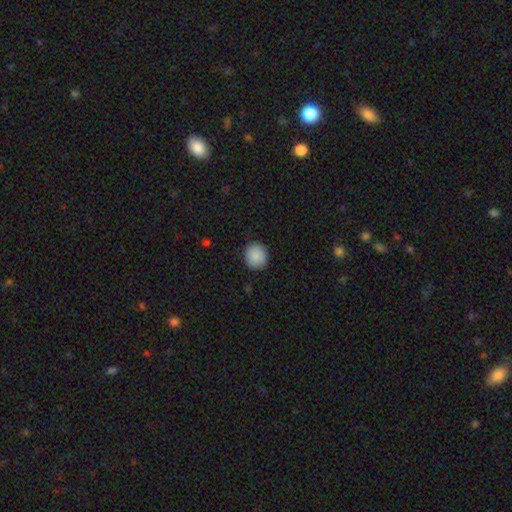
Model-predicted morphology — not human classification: Q: Smooth or featured?
A: smooth (89%); runner-up: star or artifact (8%)
Q: How rounded?
A: round (87%); runner-up: in between (13%)
Q: Merging?
A: none (90%); runner-up: minor disturbance (7%)